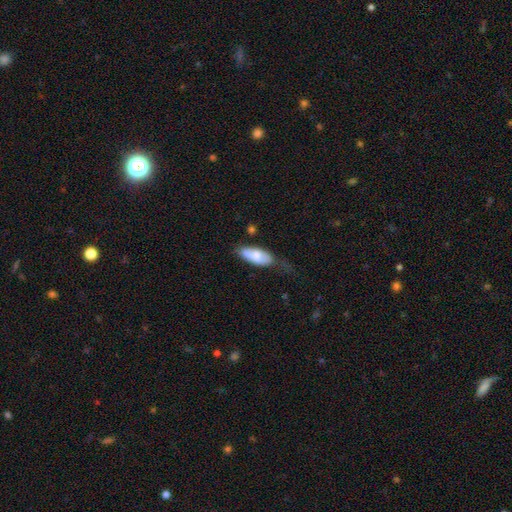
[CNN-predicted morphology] Smooth or featured?
  - smooth: 71% *
  - featured or disk: 23%
  - star or artifact: 6%
How rounded?
  - in between: 81% *
  - cigar-shaped: 17%
  - round: 2%
Merging?
  - none: 44% *
  - minor disturbance: 36%
  - major disturbance: 15%
  - merger: 5%